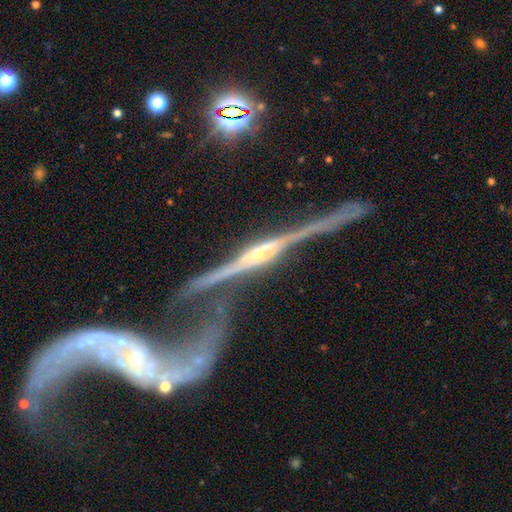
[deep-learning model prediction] A featured or disk galaxy (89%) viewed edge-on (83%) with a rounded central bulge (82%).

Vote fractions:
- Smooth or featured? featured or disk: 89% / star or artifact: 6% / smooth: 5%
- Edge-on disk? yes: 83% / no: 17%
- Edge-on bulge? rounded: 82% / boxy: 10% / none: 8%
- Merging? none: 40% / merger: 25% / minor disturbance: 18% / major disturbance: 18%